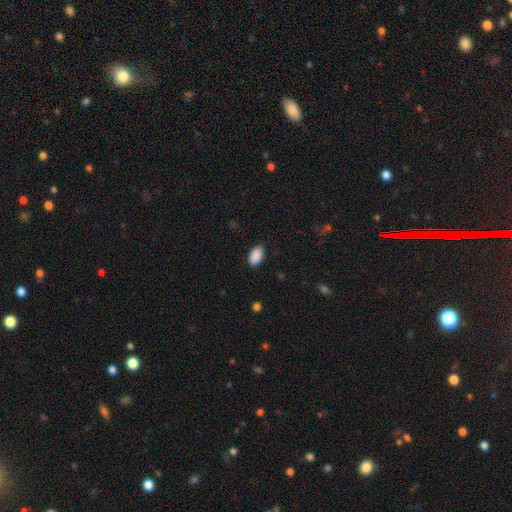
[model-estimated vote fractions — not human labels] The model was most divided on "merging": none: 86%, minor disturbance: 10%, major disturbance: 2%, merger: 1%. More confident: how rounded — in between (94%); smooth or featured — smooth (90%).